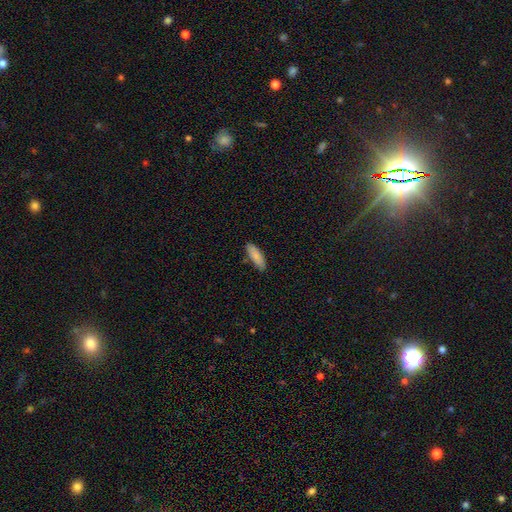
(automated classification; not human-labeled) Q: Smooth or featured?
A: smooth (86%); runner-up: featured or disk (8%)
Q: How rounded?
A: in between (60%); runner-up: cigar-shaped (38%)
Q: Merging?
A: none (85%); runner-up: minor disturbance (11%)